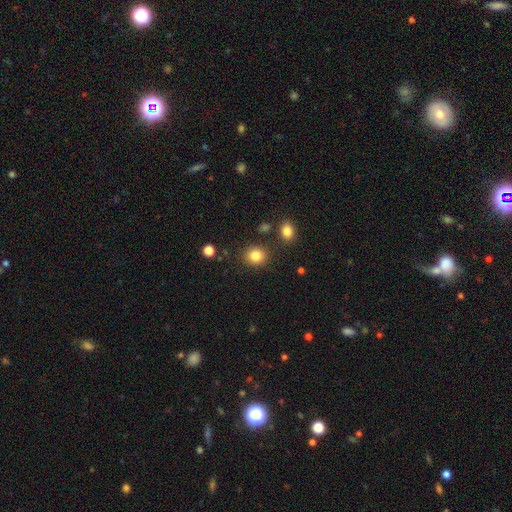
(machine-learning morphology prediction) smooth-or-featured: smooth: 84% | star or artifact: 10% | featured or disk: 6%
  how-rounded: round: 74% | in between: 25% | cigar-shaped: 1%
  merging: none: 85% | minor disturbance: 8% | merger: 4% | major disturbance: 3%